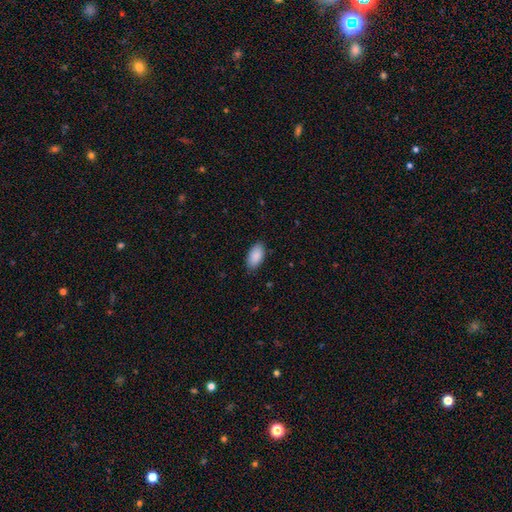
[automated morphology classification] smooth 90%, star or artifact 6%, featured or disk 4%. Down the decision tree: how rounded — in between (95%); merging — none (85%).